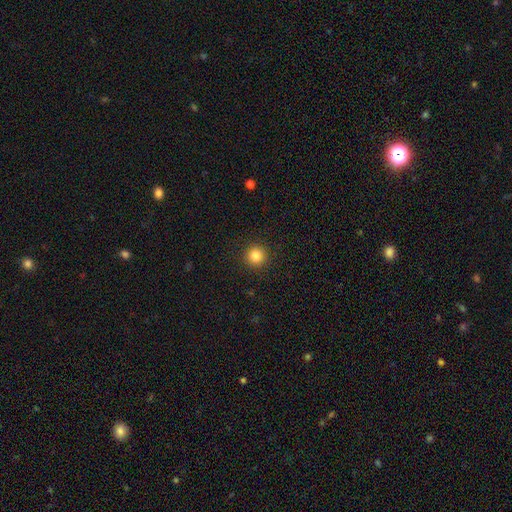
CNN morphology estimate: smooth_or_featured: smooth (p=0.84) [alt: star or artifact p=0.11]
how_rounded: round (p=0.95) [alt: in between p=0.04]
merging: none (p=0.93) [alt: minor disturbance p=0.05]